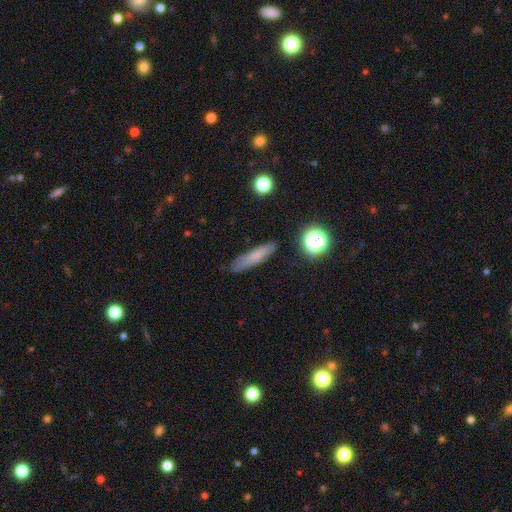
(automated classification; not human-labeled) Morphology: type=smooth (73%); roundness=cigar-shaped (80%); merging=none (84%).